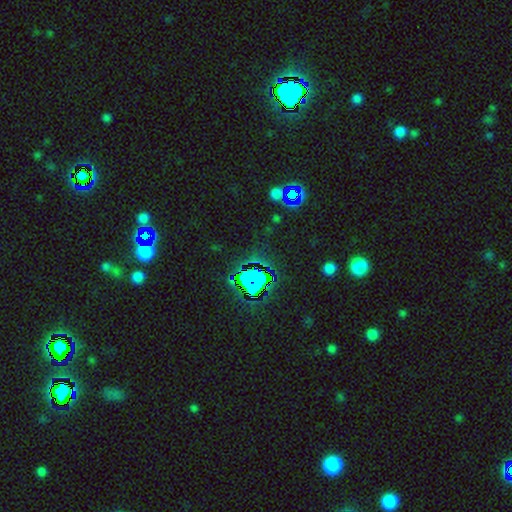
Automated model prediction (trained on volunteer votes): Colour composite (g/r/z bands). It shows a star or artifact, not a galaxy (77%).